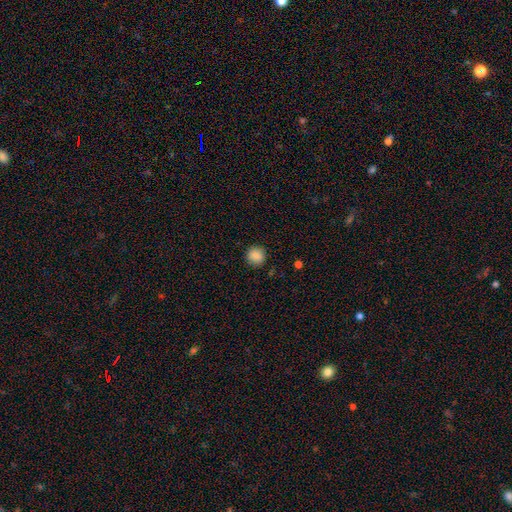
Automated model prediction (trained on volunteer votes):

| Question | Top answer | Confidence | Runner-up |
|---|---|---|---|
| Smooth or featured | smooth | 87% | star or artifact (9%) |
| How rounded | round | 92% | in between (7%) |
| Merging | none | 90% | minor disturbance (7%) |